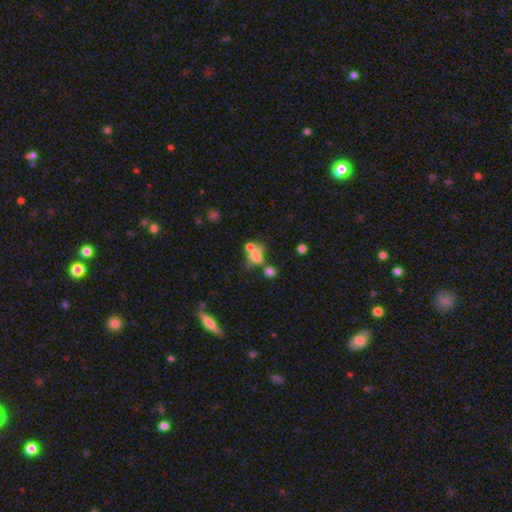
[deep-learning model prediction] The model was most divided on "merging": merger: 47%, none: 27%, major disturbance: 14%, minor disturbance: 13%. More confident: how rounded — in between (62%); smooth or featured — smooth (59%).